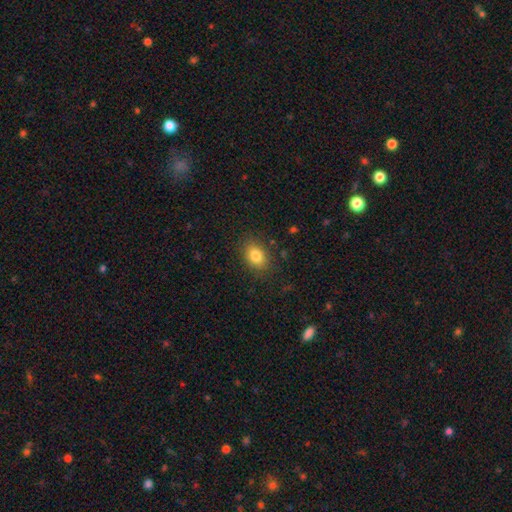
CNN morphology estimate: The model was most divided on "how rounded": in between: 72%, round: 27%, cigar-shaped: 1%. More confident: merging — none (84%); smooth or featured — smooth (83%).